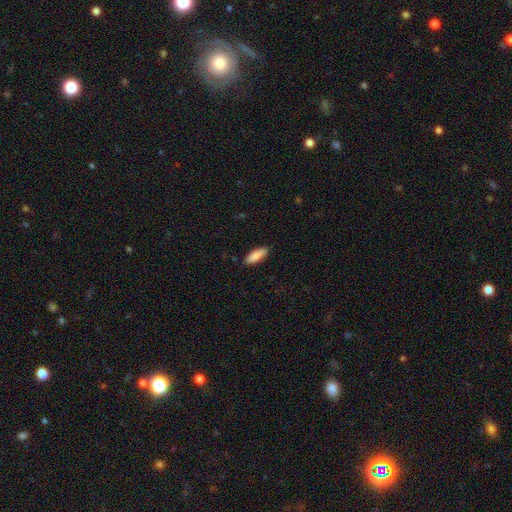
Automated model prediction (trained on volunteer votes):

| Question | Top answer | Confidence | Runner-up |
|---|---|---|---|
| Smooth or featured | smooth | 89% | star or artifact (6%) |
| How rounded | in between | 59% | cigar-shaped (40%) |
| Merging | none | 87% | minor disturbance (10%) |